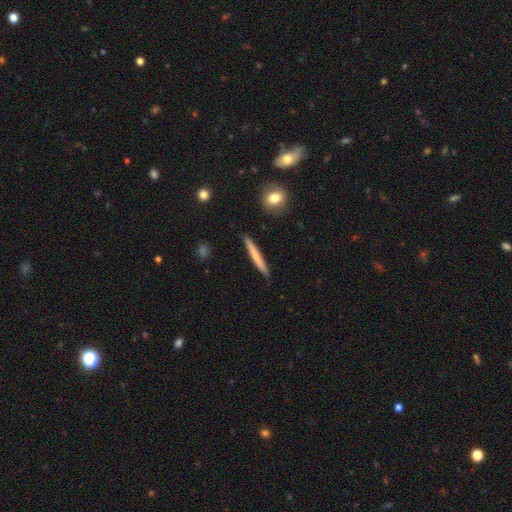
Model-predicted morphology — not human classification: smooth-or-featured: smooth: 66% | featured or disk: 29% | star or artifact: 5%
  how-rounded: cigar-shaped: 96% | in between: 3% | round: 1%
  merging: none: 90% | minor disturbance: 7% | major disturbance: 1% | merger: 1%